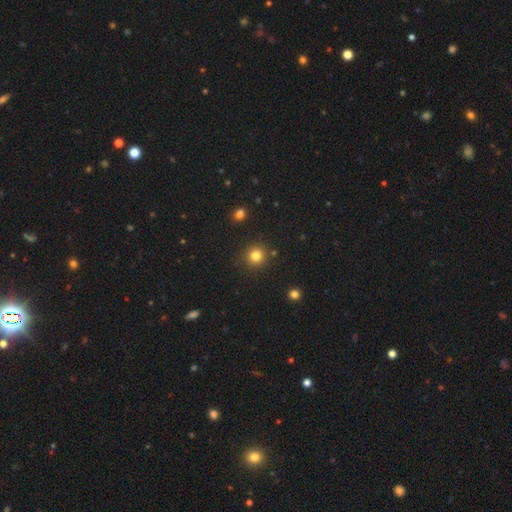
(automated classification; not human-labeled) A smooth galaxy with no disk features (81%) that is round (94%). Merging: none (88%).